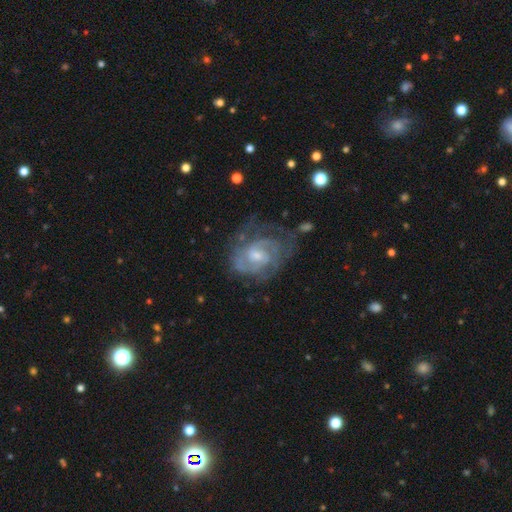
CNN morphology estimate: This appears to be a featured or disk galaxy (83%) with no bar (48%), 2 (45%) tight (55%) spiral arms (91%) and a small central bulge (47%). Merging: none (56%).